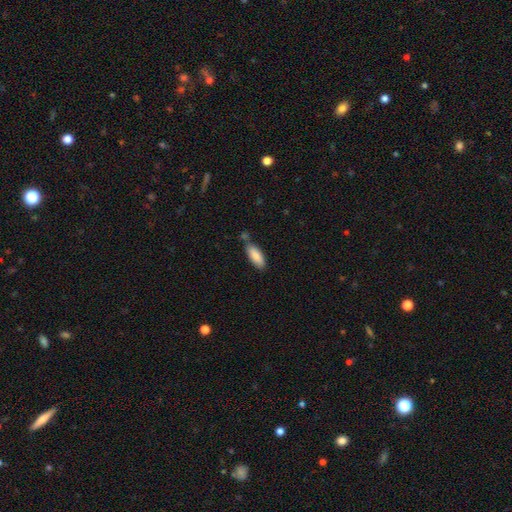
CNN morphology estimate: The model was most divided on "merging": none: 64%, minor disturbance: 18%, merger: 14%, major disturbance: 4%. More confident: smooth or featured — smooth (85%); how rounded — in between (75%).